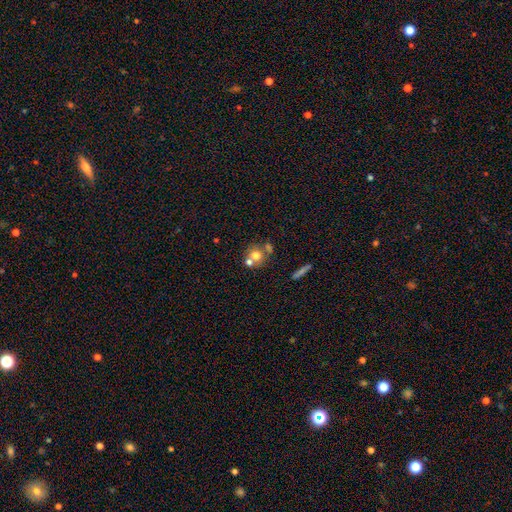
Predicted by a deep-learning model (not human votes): A smooth galaxy with no disk features (66%) that is round (82%). Merging: none (47%).